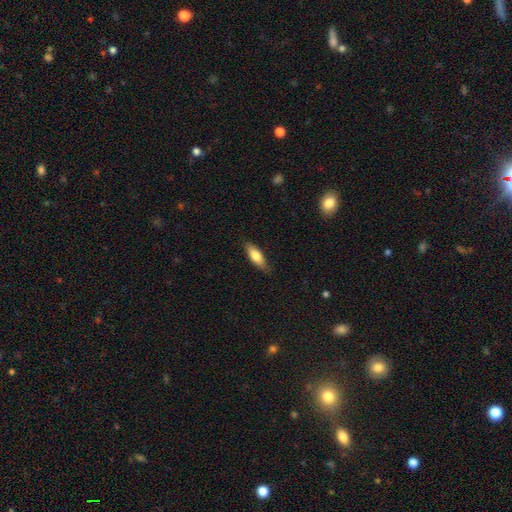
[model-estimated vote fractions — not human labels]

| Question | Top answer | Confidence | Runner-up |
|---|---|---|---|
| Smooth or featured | smooth | 76% | featured or disk (18%) |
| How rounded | in between | 59% | cigar-shaped (39%) |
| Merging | none | 81% | minor disturbance (15%) |